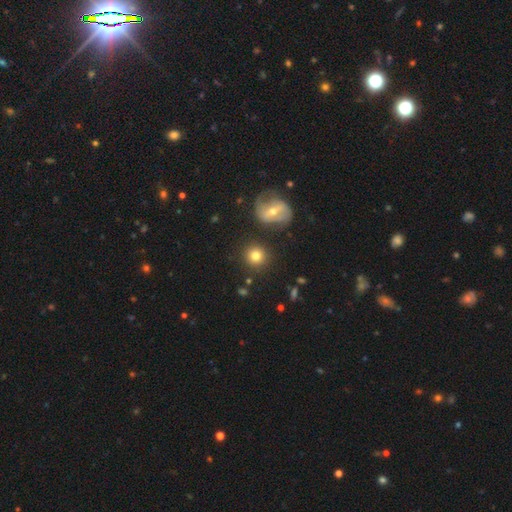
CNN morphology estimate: type=smooth (78%); roundness=round (92%); merging=none (84%).